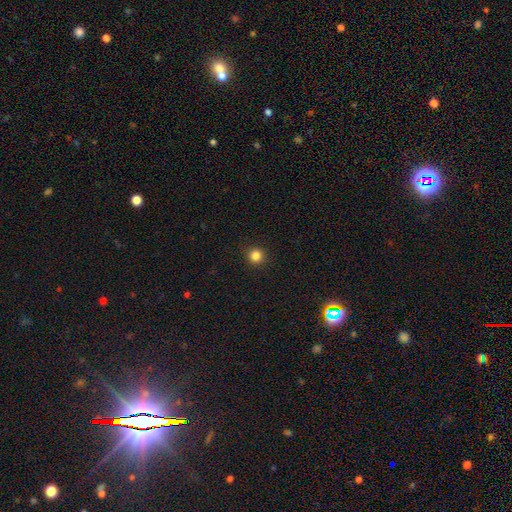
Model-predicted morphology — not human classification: smooth-or-featured: smooth: 84% | star or artifact: 13% | featured or disk: 4%
  how-rounded: round: 95% | in between: 4% | cigar-shaped: 1%
  merging: none: 93% | minor disturbance: 5% | major disturbance: 2% | merger: 1%